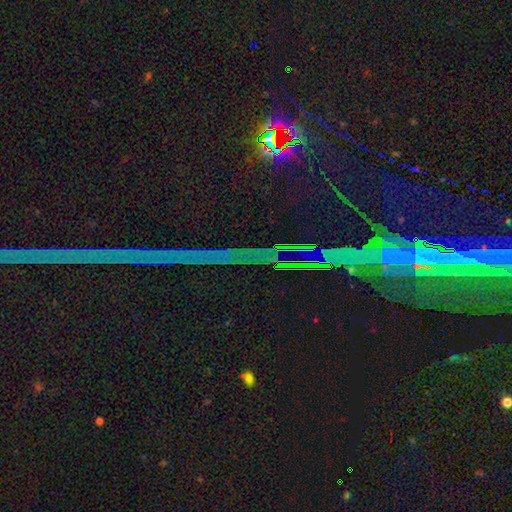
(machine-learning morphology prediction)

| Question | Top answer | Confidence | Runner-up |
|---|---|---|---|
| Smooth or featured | star or artifact | 85% | featured or disk (7%) |